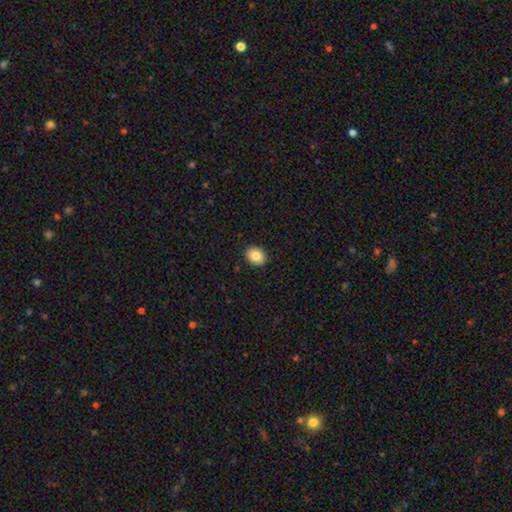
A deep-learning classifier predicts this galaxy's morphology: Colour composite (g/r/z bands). It shows a smooth galaxy with no disk features (85%) that is in between round and cigar-shaped (52%). Merging: none (91%).